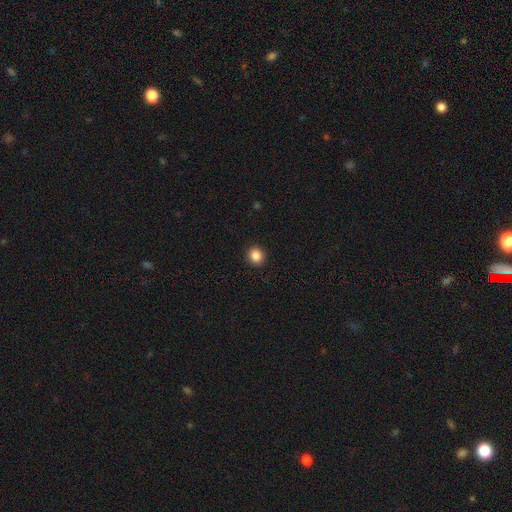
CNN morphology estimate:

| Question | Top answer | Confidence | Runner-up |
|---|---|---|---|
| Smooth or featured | smooth | 86% | star or artifact (10%) |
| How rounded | round | 87% | in between (12%) |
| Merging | none | 92% | minor disturbance (5%) |